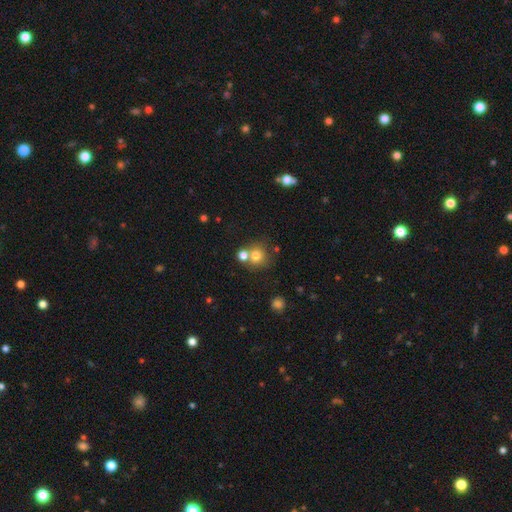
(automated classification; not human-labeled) Overall: smooth (76%). How rounded: round (87%). Merging: none (54%; merger 34%).